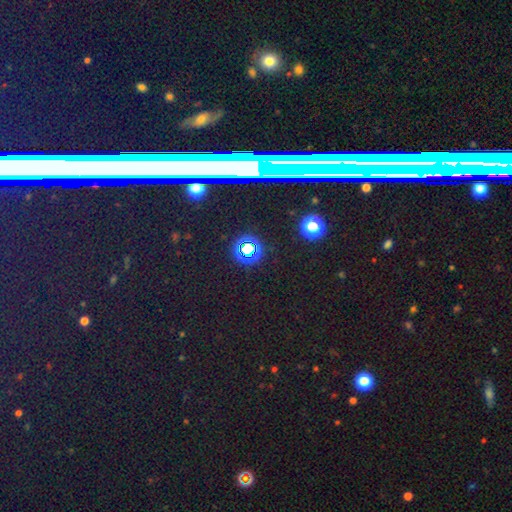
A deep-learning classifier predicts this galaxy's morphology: Smooth or featured? star or artifact (73%)